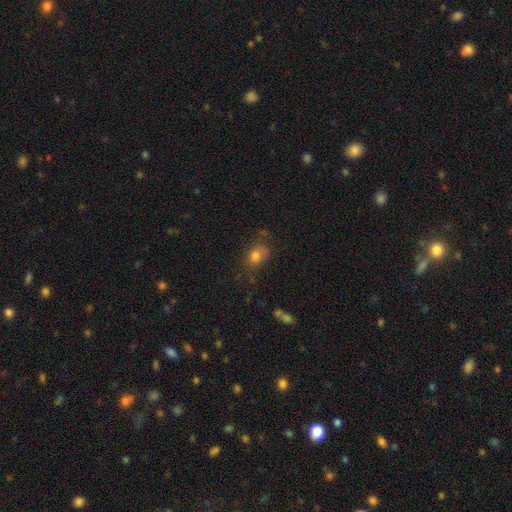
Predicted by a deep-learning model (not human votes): Smooth or featured? Predicted: smooth (p=0.73). How rounded? Predicted: in between (p=0.60). Merging? Predicted: none (p=0.54).